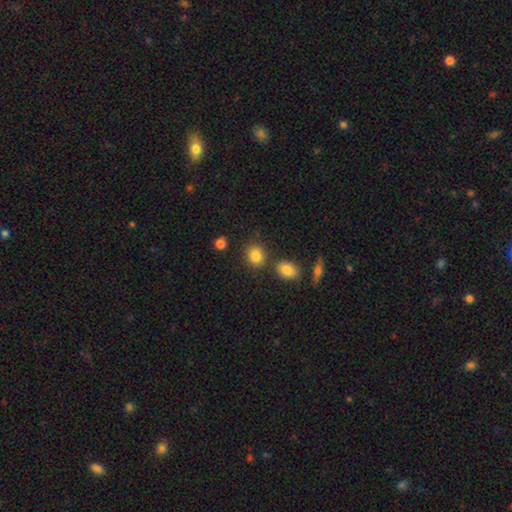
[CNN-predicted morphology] Smooth or featured? smooth (84%)
How rounded? round (66%)
Merging? none (78%)